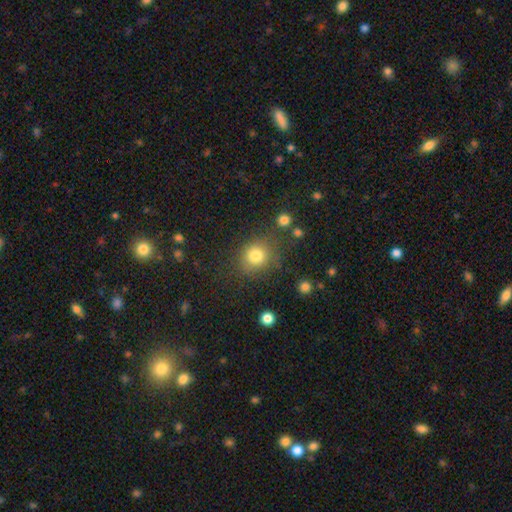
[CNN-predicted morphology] Smooth or featured: smooth — 80% (star or artifact — 12%)
How rounded: round — 78% (in between — 21%)
Merging: none — 74% (minor disturbance — 14%)